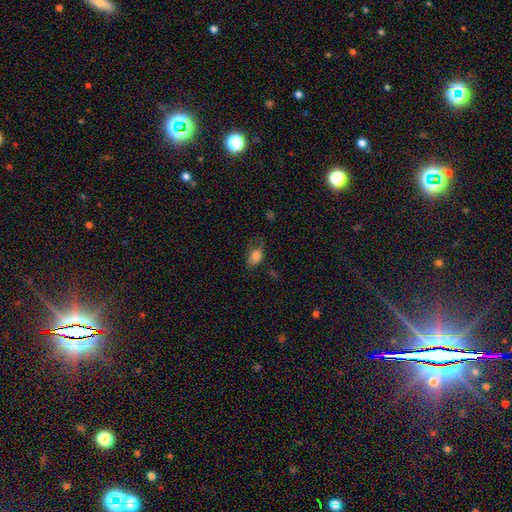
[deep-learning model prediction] This appears to be a smooth galaxy with no disk features (79%) that is in between round and cigar-shaped (84%). Merging: none (51%).